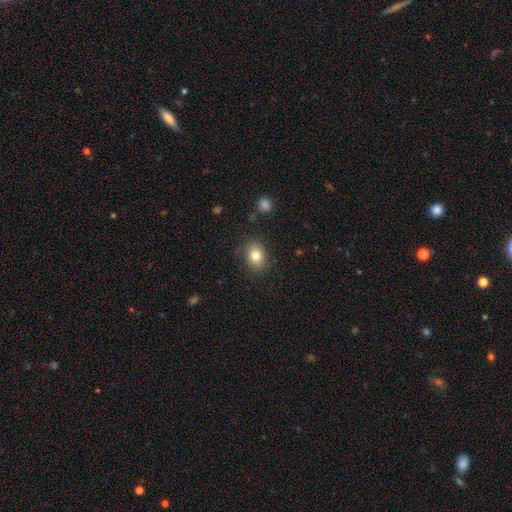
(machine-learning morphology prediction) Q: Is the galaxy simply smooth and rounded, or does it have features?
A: smooth — 80%.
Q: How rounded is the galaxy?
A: in between — 57%.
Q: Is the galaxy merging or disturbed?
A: none — 84%.